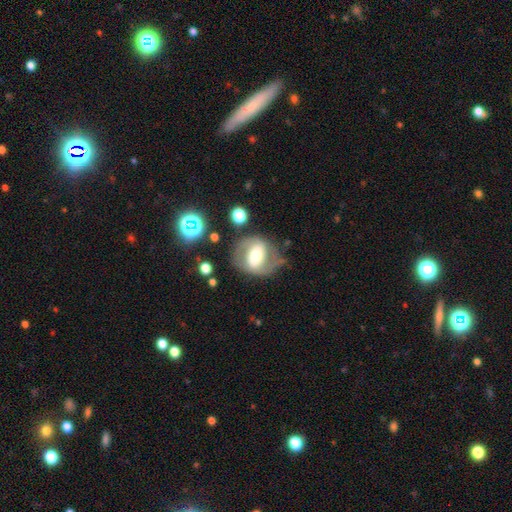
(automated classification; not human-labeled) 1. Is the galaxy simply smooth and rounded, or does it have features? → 68% featured or disk, 25% smooth, 7% star or artifact.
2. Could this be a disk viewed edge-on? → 96% no, 4% yes.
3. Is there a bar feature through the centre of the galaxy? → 39% strong, 34% weak, 26% no.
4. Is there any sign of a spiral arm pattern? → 70% yes, 30% no.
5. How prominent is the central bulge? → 61% moderate, 18% small, 17% large, 3% dominant, 1% none.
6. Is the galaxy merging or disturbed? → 66% none, 18% minor disturbance, 13% major disturbance, 3% merger.